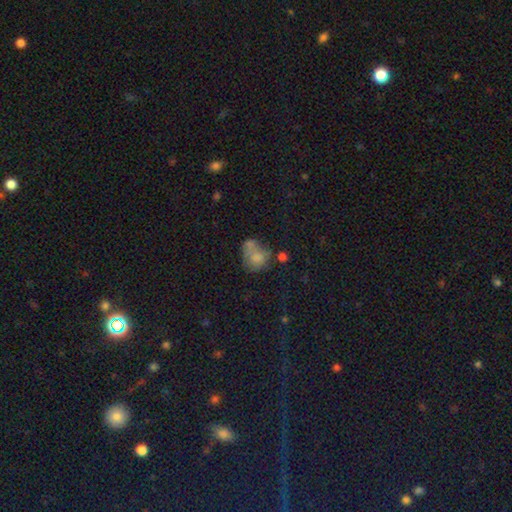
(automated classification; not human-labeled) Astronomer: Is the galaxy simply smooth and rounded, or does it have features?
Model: smooth — 65%.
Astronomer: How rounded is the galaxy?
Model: round — 57% (runner-up: in between, 42%).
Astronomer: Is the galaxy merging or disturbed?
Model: merger — 31%, tied with none at 31%.